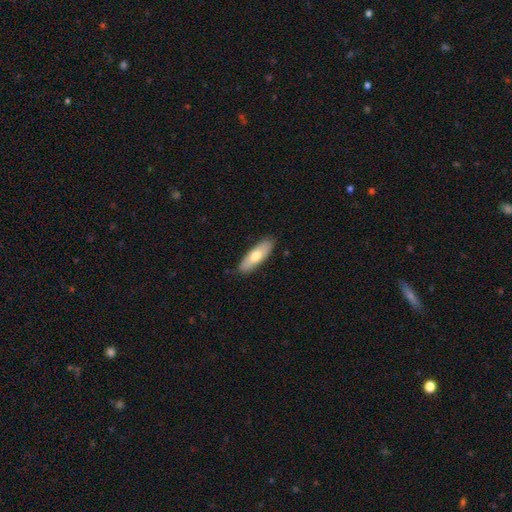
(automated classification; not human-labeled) Morphology: type=smooth (67%); roundness=in between (61%); merging=none (86%).